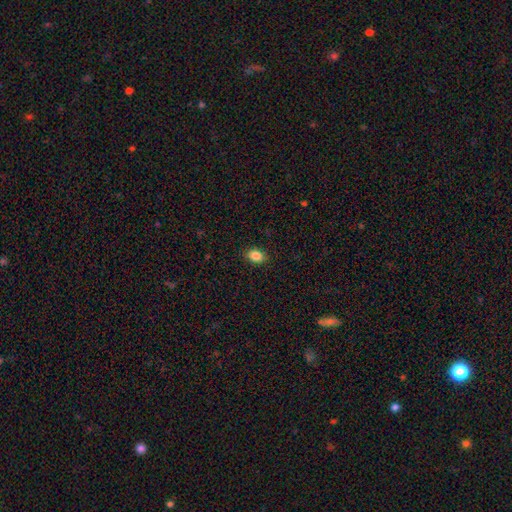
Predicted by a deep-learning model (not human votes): Q: Smooth or featured?
A: smooth (86%); runner-up: star or artifact (9%)
Q: How rounded?
A: in between (78%); runner-up: round (20%)
Q: Merging?
A: none (89%); runner-up: minor disturbance (8%)